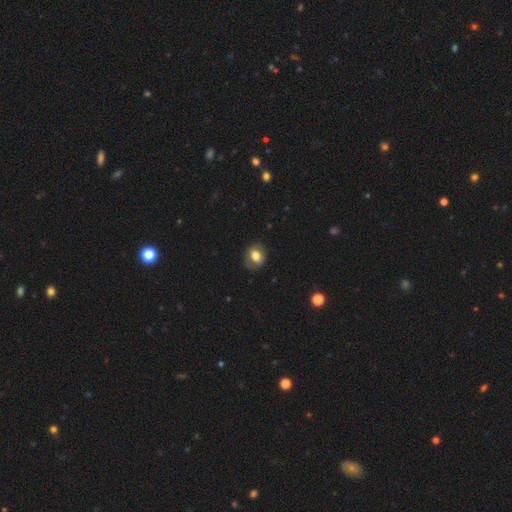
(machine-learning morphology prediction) Smooth or featured: smooth — 73% (featured or disk — 18%)
How rounded: round — 57% (in between — 42%)
Merging: none — 79% (minor disturbance — 15%)